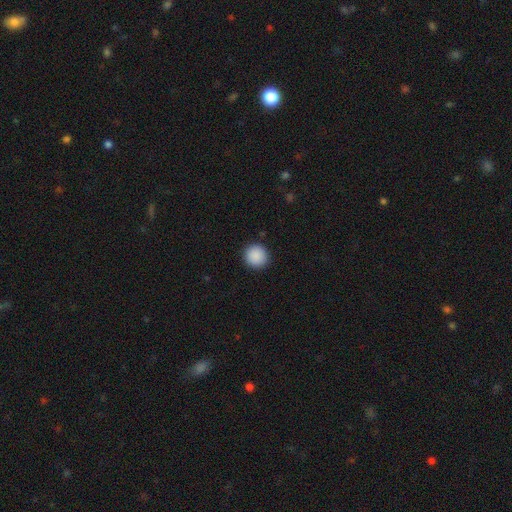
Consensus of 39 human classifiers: smooth_or_featured: smooth (p=0.95) [alt: star or artifact p=0.05]
how_rounded: round (p=0.95) [alt: in between p=0.03]
merging: none (p=0.86) [alt: minor disturbance p=0.08]